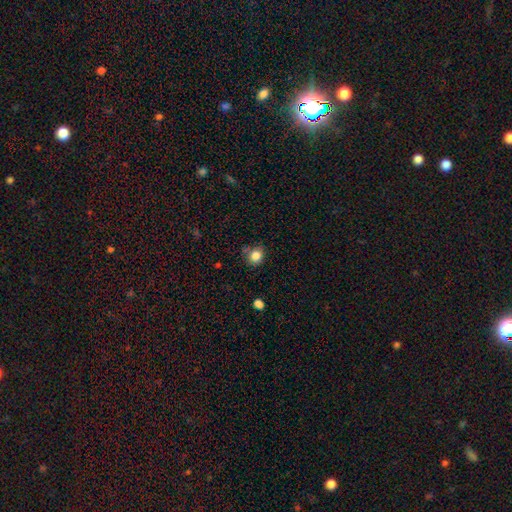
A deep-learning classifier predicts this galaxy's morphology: smooth-or-featured: smooth: 83% | star or artifact: 11% | featured or disk: 6%
  how-rounded: round: 74% | in between: 25% | cigar-shaped: 1%
  merging: none: 70% | minor disturbance: 21% | major disturbance: 5% | merger: 4%